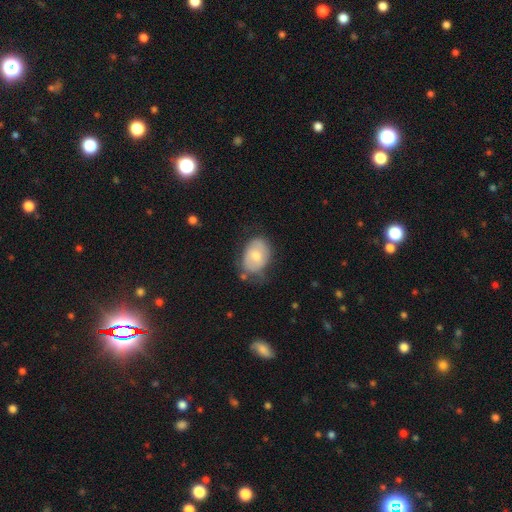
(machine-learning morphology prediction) This appears to be a smooth galaxy with no disk features (59%) that is in between round and cigar-shaped (76%). Merging: none (58%).